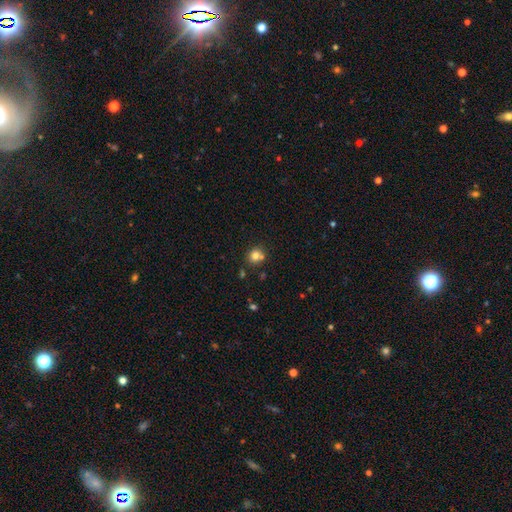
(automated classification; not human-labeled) smooth_or_featured: smooth (p=0.78) [alt: star or artifact p=0.13]
how_rounded: round (p=0.86) [alt: in between p=0.13]
merging: none (p=0.66) [alt: merger p=0.22]